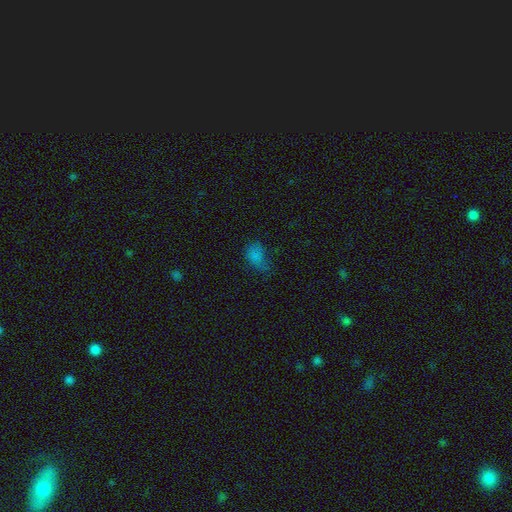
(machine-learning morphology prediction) smooth-or-featured: smooth: 68% | star or artifact: 19% | featured or disk: 13%
  how-rounded: in between: 84% | round: 14% | cigar-shaped: 2%
  merging: none: 35% | minor disturbance: 32% | major disturbance: 29% | merger: 4%